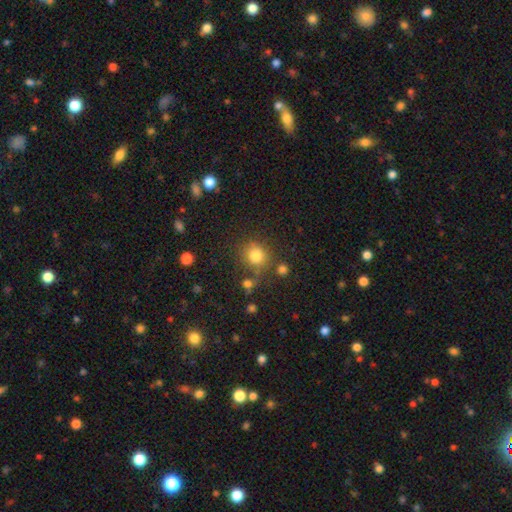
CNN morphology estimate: smooth-or-featured: smooth: 81% | star or artifact: 12% | featured or disk: 7%
  how-rounded: round: 85% | in between: 14% | cigar-shaped: 1%
  merging: none: 68% | minor disturbance: 14% | merger: 11% | major disturbance: 7%